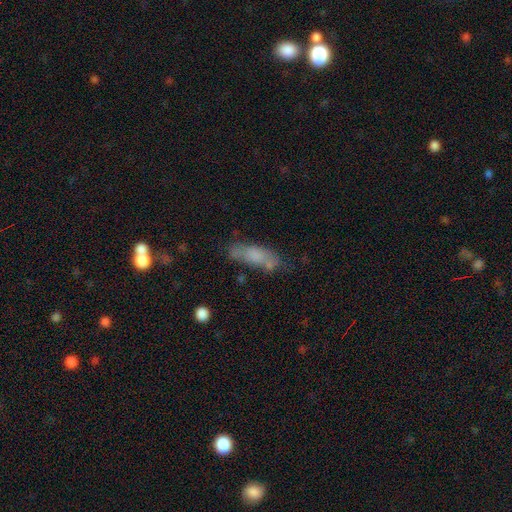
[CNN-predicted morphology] type=smooth (63%); roundness=in between (53%); merging=none (55%).